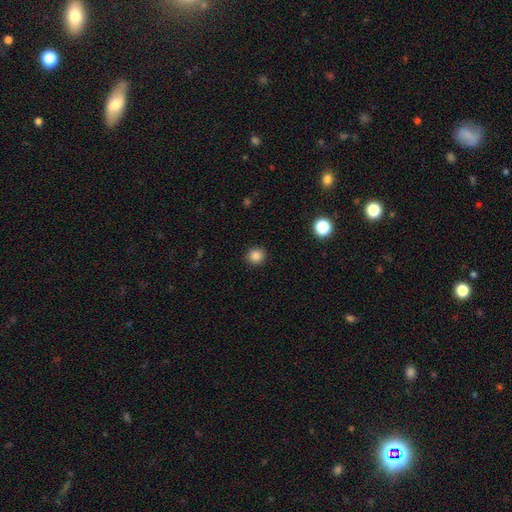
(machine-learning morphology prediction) smooth_or_featured: smooth (p=0.85) [alt: star or artifact p=0.11]
how_rounded: round (p=0.91) [alt: in between p=0.08]
merging: none (p=0.92) [alt: minor disturbance p=0.05]